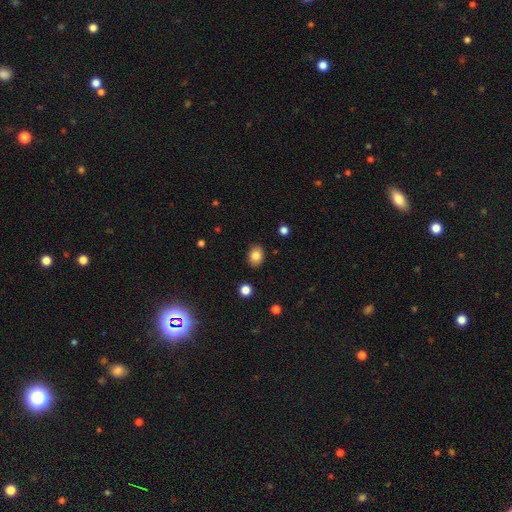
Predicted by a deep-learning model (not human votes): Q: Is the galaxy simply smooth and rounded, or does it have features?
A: smooth — 83%.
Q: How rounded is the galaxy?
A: in between — 68%.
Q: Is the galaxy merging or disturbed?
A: none — 88%.